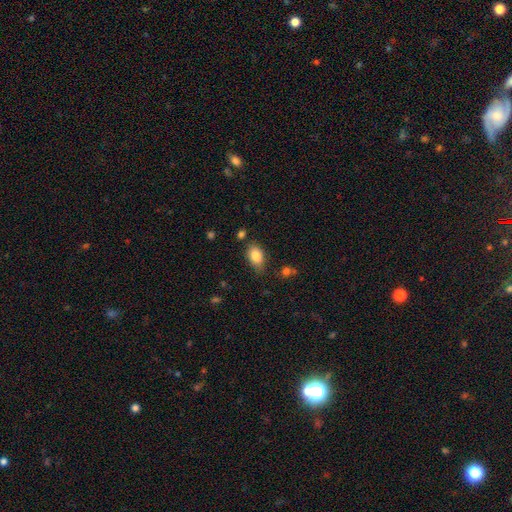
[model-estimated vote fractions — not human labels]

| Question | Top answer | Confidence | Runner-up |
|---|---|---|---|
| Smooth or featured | smooth | 84% | star or artifact (8%) |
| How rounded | in between | 88% | round (10%) |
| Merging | none | 73% | minor disturbance (19%) |